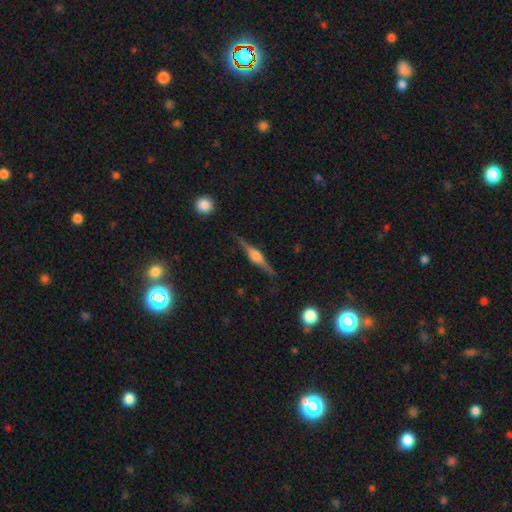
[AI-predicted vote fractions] A featured or disk galaxy (83%) viewed edge-on (98%) with a rounded central bulge (83%). Merging: none (88%).